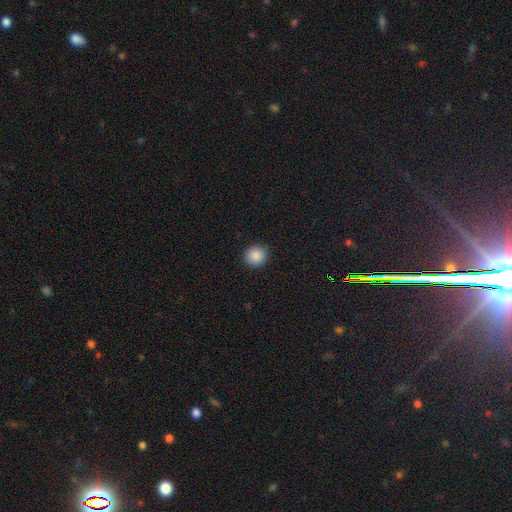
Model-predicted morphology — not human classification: type=smooth (88%); roundness=round (88%); merging=none (90%).